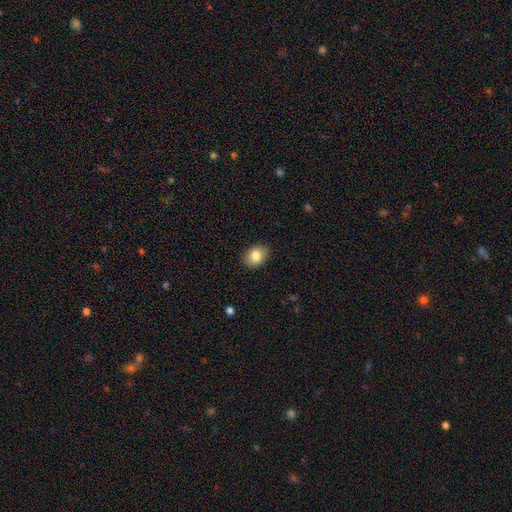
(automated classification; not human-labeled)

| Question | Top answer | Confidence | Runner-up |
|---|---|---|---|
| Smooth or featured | smooth | 83% | featured or disk (9%) |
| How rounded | in between | 73% | round (26%) |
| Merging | none | 87% | minor disturbance (10%) |